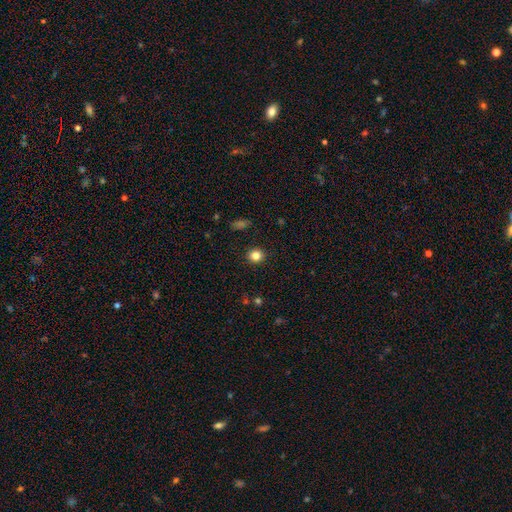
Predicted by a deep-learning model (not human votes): A smooth galaxy with no disk features (82%) that is round (87%).

Vote fractions:
- Smooth or featured? smooth: 82% / star or artifact: 12% / featured or disk: 5%
- How rounded? round: 87% / in between: 12% / cigar-shaped: 1%
- Merging? none: 91% / minor disturbance: 6% / major disturbance: 2% / merger: 1%